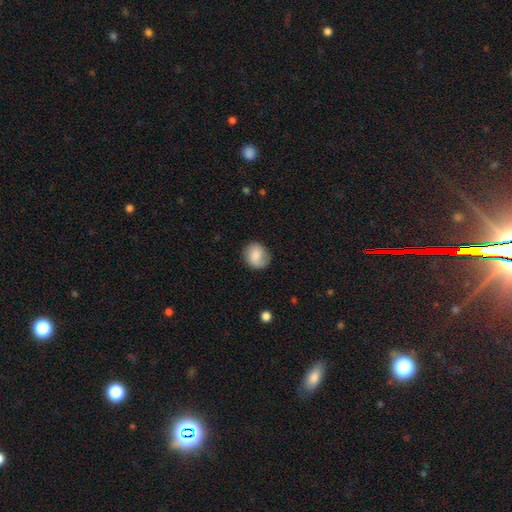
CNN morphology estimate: type=smooth (78%); roundness=round (76%); merging=none (75%).